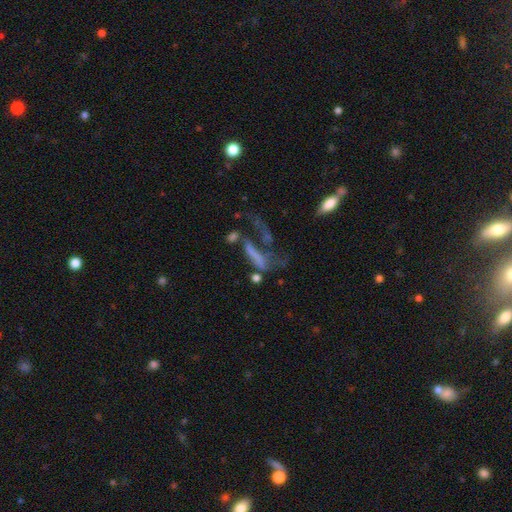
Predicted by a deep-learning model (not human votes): A smooth galaxy with no disk features (42%).

Vote fractions:
- Smooth or featured? smooth: 42% / featured or disk: 39% / star or artifact: 19%
- Merging? major disturbance: 43% / none: 22% / merger: 22% / minor disturbance: 13%